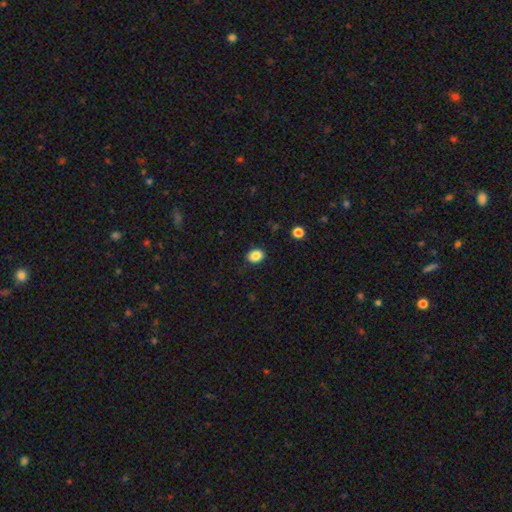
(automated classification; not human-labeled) This appears to be a smooth galaxy with no disk features (87%) that is in between round and cigar-shaped (63%). Merging: none (88%).